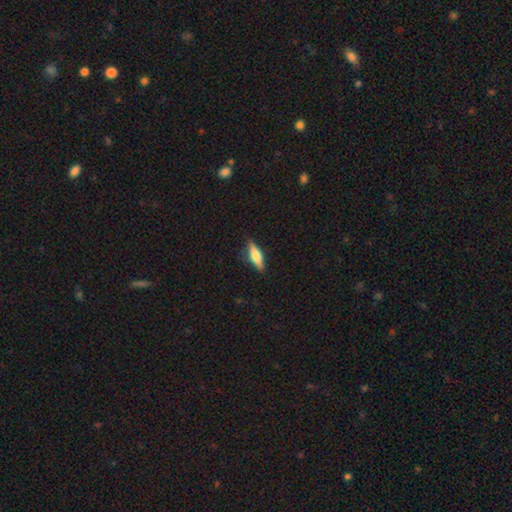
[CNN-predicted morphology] A smooth galaxy with no disk features (56%) that is cigar-shaped (52%). Merging: none (84%).